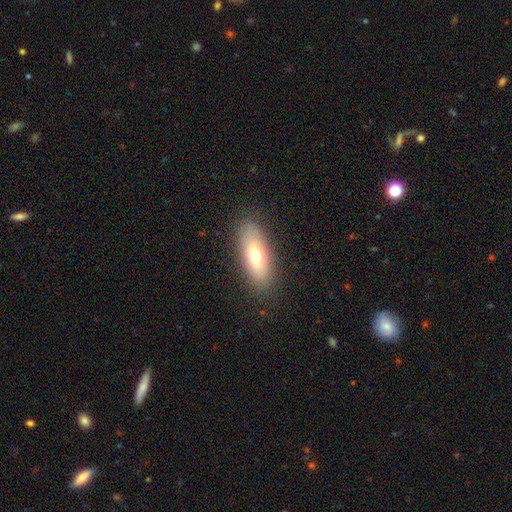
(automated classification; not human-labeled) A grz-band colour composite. It shows a smooth galaxy with no disk features (67%) that is in between round and cigar-shaped (71%). Merging: none (87%).